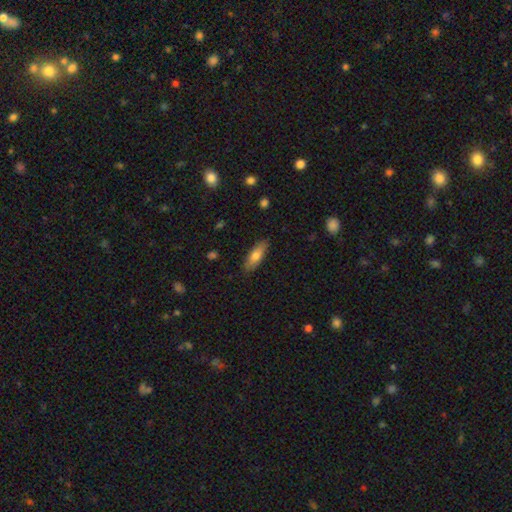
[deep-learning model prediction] smooth_or_featured: smooth (p=0.73) [alt: featured or disk p=0.21]
how_rounded: in between (p=0.66) [alt: cigar-shaped p=0.32]
merging: none (p=0.86) [alt: minor disturbance p=0.11]